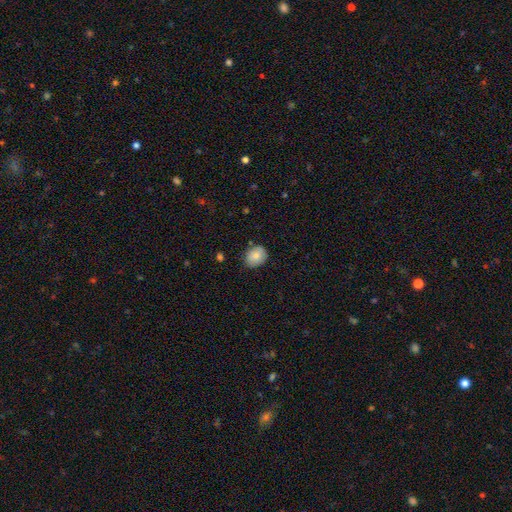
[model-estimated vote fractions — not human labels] Smooth or featured? Predicted: smooth (p=0.82). How rounded? Predicted: round (p=0.54). Merging? Predicted: none (p=0.78).